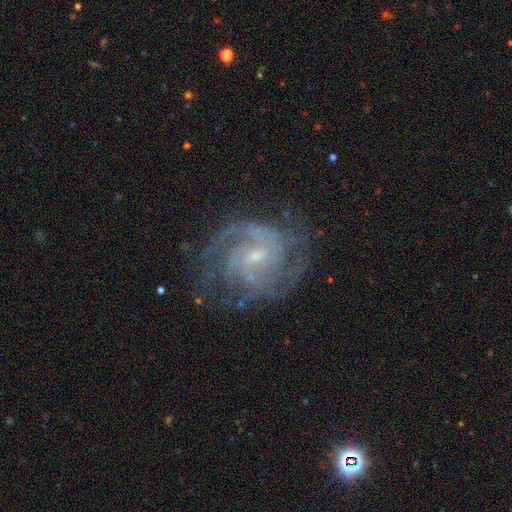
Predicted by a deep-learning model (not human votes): Smooth or featured? Predicted: featured or disk (p=0.89). Edge-on disk? Predicted: no (p=0.98). Bar? Predicted: weak (p=0.57). Spiral arms? Predicted: yes (p=0.97). Spiral winding? Predicted: tight (p=0.49). Spiral arm count? Predicted: 2 (p=0.36). Bulge size? Predicted: small (p=0.64). Merging? Predicted: none (p=0.72).